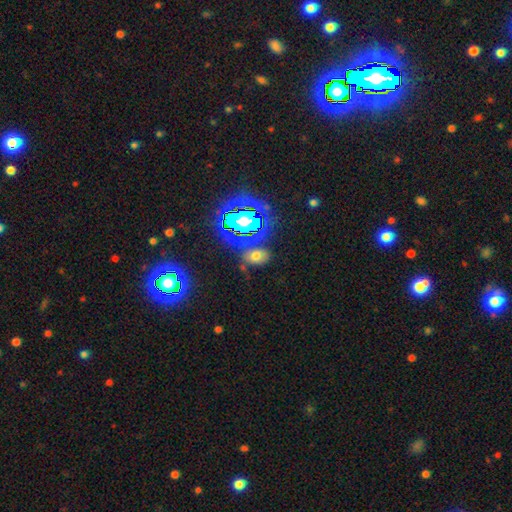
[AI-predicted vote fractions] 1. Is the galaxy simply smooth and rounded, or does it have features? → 55% smooth, 31% star or artifact, 13% featured or disk.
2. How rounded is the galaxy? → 80% in between, 18% round, 2% cigar-shaped.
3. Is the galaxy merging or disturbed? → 69% none, 16% minor disturbance, 8% merger, 7% major disturbance.